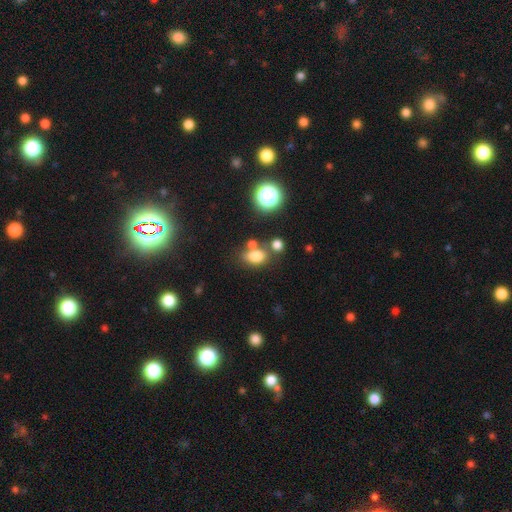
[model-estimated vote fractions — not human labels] This is likely a smooth galaxy (77%). How rounded: likely in between (72%). Merging: possibly none (59%).